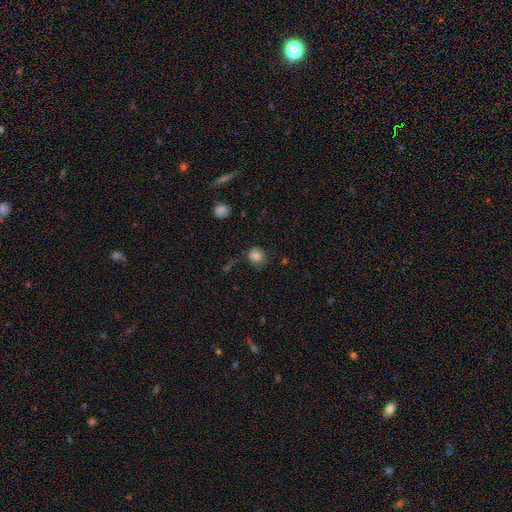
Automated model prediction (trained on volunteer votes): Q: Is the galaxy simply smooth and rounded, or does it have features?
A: smooth — 82%.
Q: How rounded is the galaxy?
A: round — 76%.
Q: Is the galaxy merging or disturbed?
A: none — 72%.